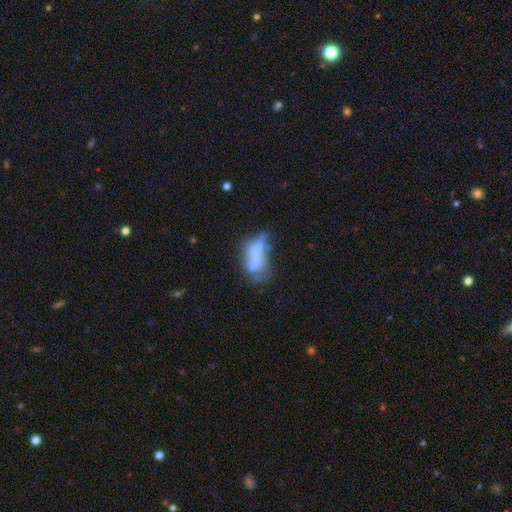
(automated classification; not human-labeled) smooth 49%, featured or disk 39%, star or artifact 12%. Down the decision tree: merging — major disturbance (33%).